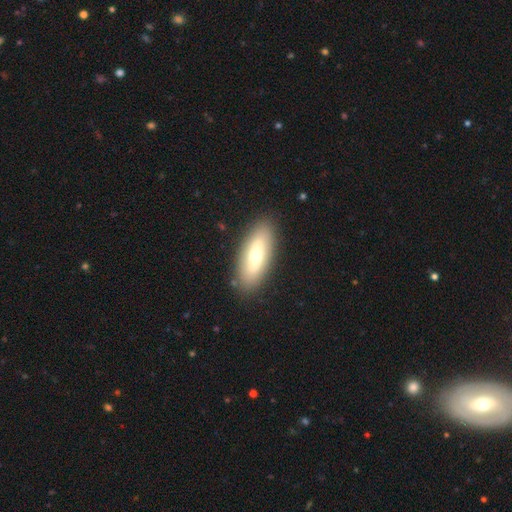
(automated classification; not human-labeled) A smooth galaxy with no disk features (56%) that is in between round and cigar-shaped (73%).

Vote fractions:
- Smooth or featured? smooth: 56% / featured or disk: 38% / star or artifact: 6%
- How rounded? in between: 73% / cigar-shaped: 24% / round: 3%
- Merging? none: 87% / minor disturbance: 9% / major disturbance: 2% / merger: 2%